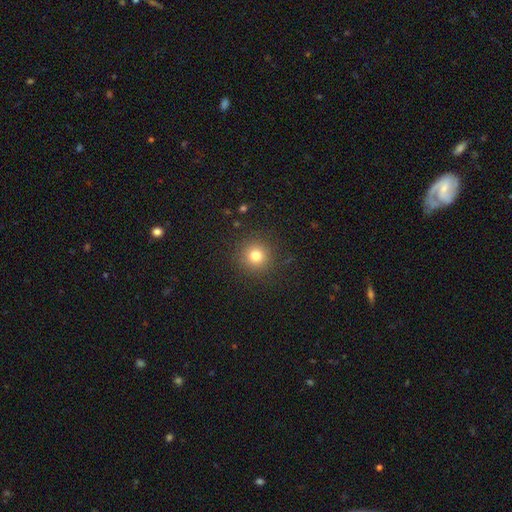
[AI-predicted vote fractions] Smooth or featured: smooth — 79% (star or artifact — 14%)
How rounded: round — 94% (in between — 5%)
Merging: none — 90% (minor disturbance — 6%)